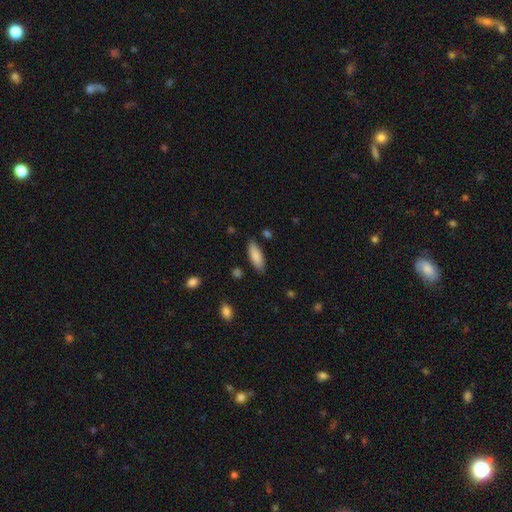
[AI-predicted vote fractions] A smooth galaxy with no disk features (86%) that is in between round and cigar-shaped (64%). Merging: none (84%).